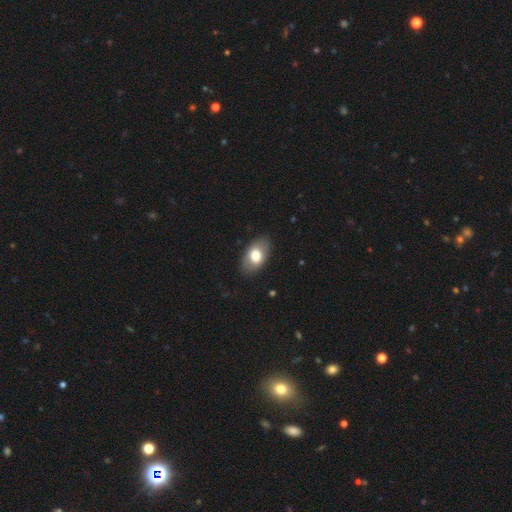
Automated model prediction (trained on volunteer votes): smooth-or-featured: smooth: 72% | featured or disk: 21% | star or artifact: 7%
  how-rounded: in between: 91% | round: 8% | cigar-shaped: 1%
  merging: none: 84% | minor disturbance: 12% | major disturbance: 3% | merger: 1%